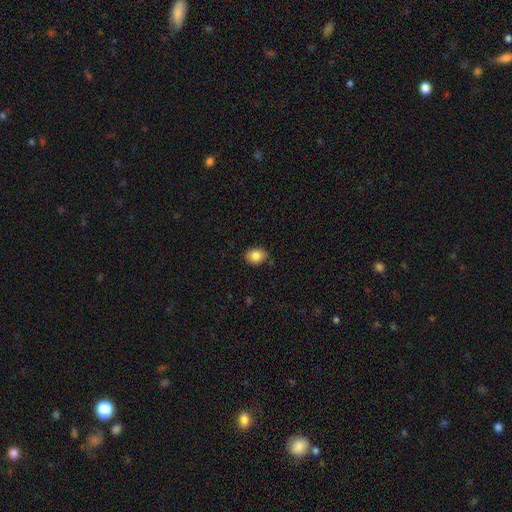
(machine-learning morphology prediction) smooth 84%, star or artifact 9%, featured or disk 7%. Down the decision tree: how rounded — round (55%); merging — none (85%).